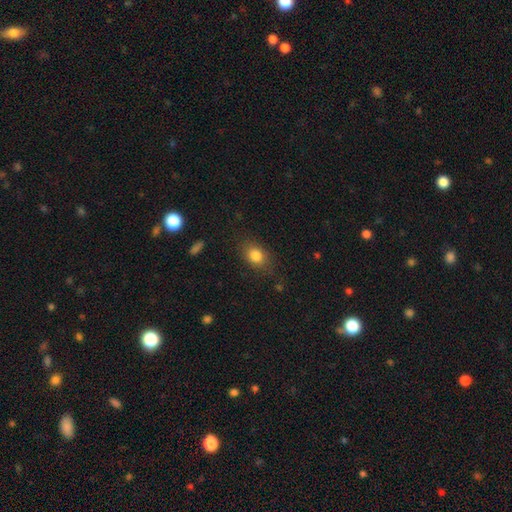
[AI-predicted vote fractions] smooth 82%, star or artifact 9%, featured or disk 8%. Down the decision tree: how rounded — in between (67%); merging — none (79%).